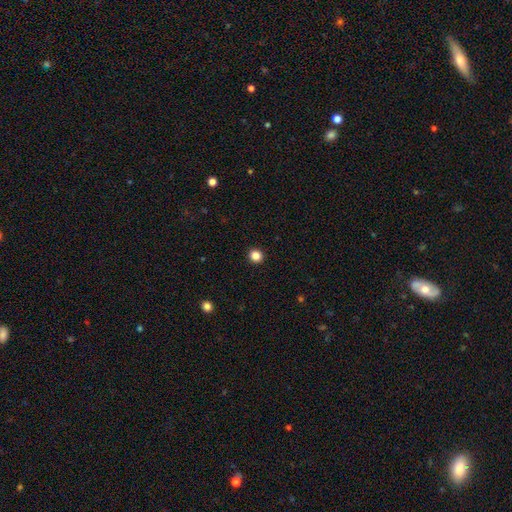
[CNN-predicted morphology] This appears to be a smooth galaxy with no disk features (85%) that is round (91%). Merging: none (93%).